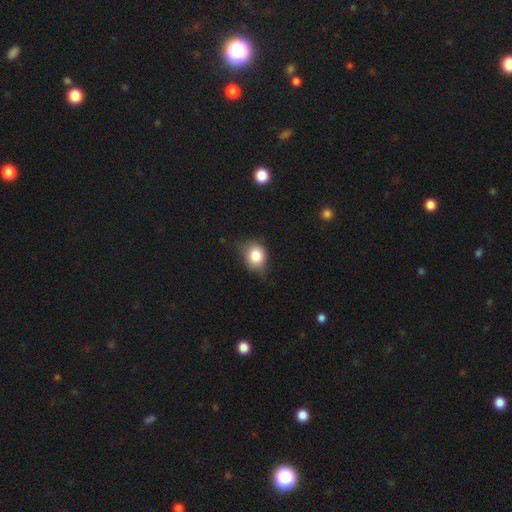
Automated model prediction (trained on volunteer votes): Smooth or featured?
  - smooth: 79% *
  - featured or disk: 11%
  - star or artifact: 9%
How rounded?
  - round: 56% *
  - in between: 43%
  - cigar-shaped: 1%
Merging?
  - none: 54% *
  - minor disturbance: 36%
  - major disturbance: 8%
  - merger: 2%